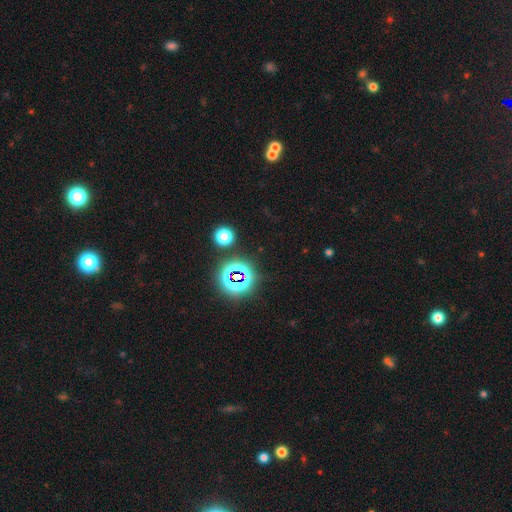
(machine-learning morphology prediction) The model was most divided on "smooth or featured": star or artifact: 76%, smooth: 16%, featured or disk: 8%.